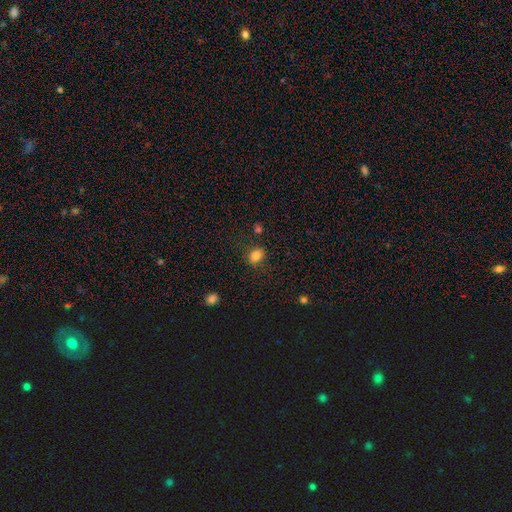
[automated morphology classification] The model was most divided on "how rounded": in between: 60%, round: 39%, cigar-shaped: 1%. More confident: smooth or featured — smooth (84%); merging — none (80%).